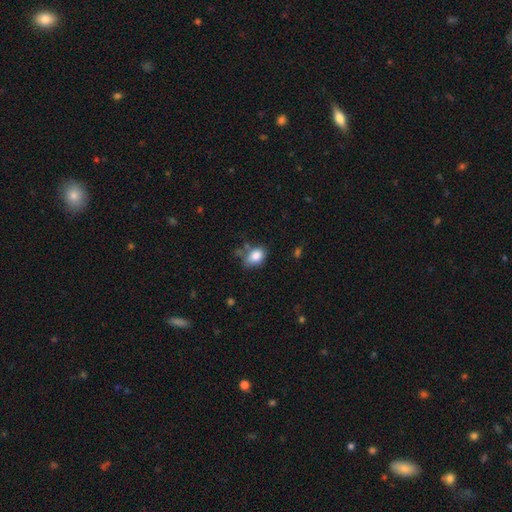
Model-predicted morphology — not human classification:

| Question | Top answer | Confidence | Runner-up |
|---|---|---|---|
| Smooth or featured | smooth | 84% | star or artifact (9%) |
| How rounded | in between | 73% | round (26%) |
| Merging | none | 56% | minor disturbance (27%) |